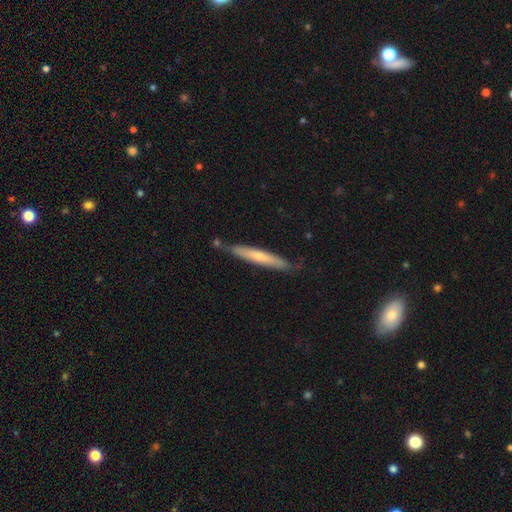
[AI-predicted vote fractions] smooth-or-featured: featured or disk: 49% | smooth: 44% | star or artifact: 6%
  merging: none: 81% | minor disturbance: 14% | merger: 3% | major disturbance: 2%